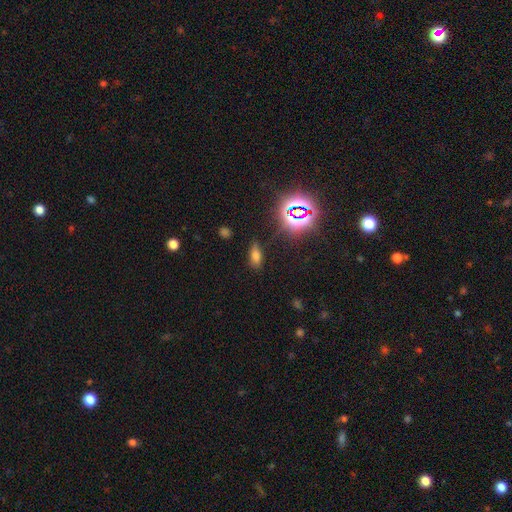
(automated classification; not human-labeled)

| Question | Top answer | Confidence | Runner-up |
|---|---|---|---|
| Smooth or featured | smooth | 62% | star or artifact (26%) |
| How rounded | in between | 79% | cigar-shaped (14%) |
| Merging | none | 79% | minor disturbance (14%) |